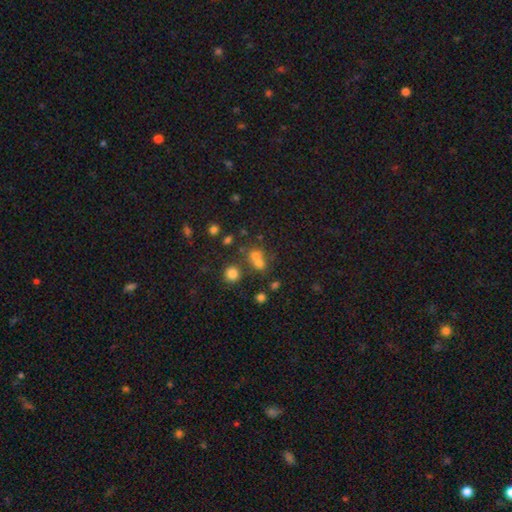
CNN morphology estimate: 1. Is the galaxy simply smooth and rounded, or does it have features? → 55% smooth, 31% star or artifact, 14% featured or disk.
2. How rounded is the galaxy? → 76% round, 22% in between, 1% cigar-shaped.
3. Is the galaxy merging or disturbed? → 46% none, 42% merger, 8% minor disturbance, 4% major disturbance.